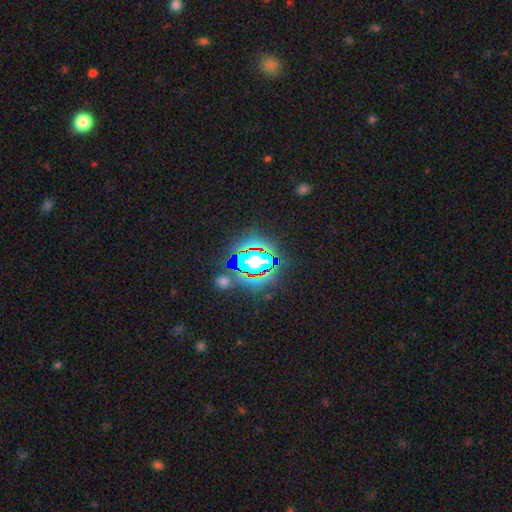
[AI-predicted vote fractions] This is clearly a star or artifact rather than a galaxy (80%).